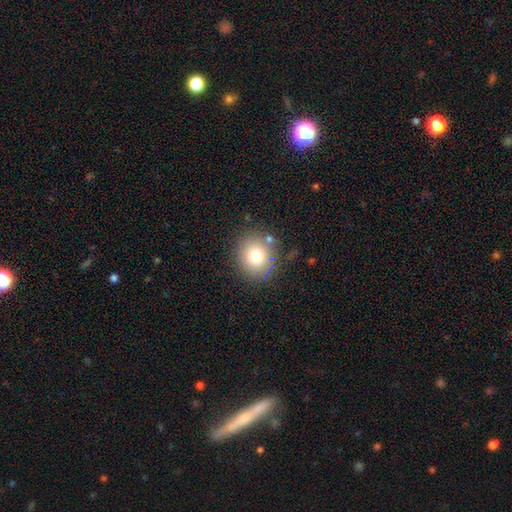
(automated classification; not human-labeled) Smooth or featured: smooth — 75% (star or artifact — 13%)
How rounded: round — 83% (in between — 16%)
Merging: none — 81% (minor disturbance — 10%)